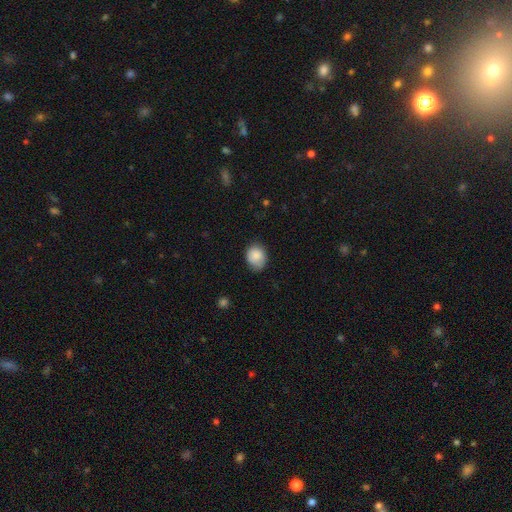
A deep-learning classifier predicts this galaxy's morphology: The model was most divided on "how rounded": round: 52%, in between: 47%, cigar-shaped: 1%. More confident: smooth or featured — smooth (86%); merging — none (68%).